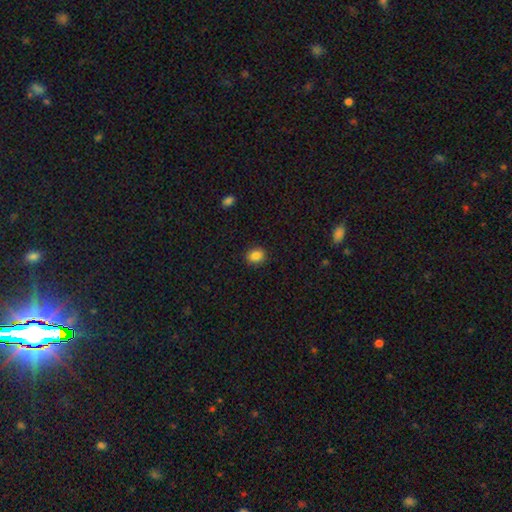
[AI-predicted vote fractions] Morphology: type=smooth (86%); roundness=round (58%); merging=none (90%).